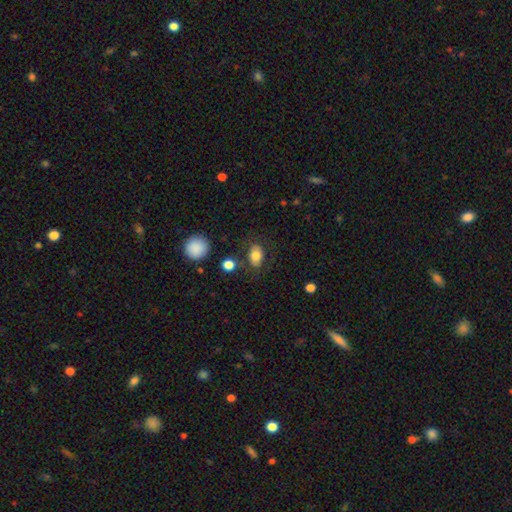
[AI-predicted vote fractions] Smooth or featured?
  - smooth: 80% *
  - featured or disk: 11%
  - star or artifact: 9%
How rounded?
  - in between: 78% *
  - round: 21%
  - cigar-shaped: 1%
Merging?
  - none: 73% *
  - minor disturbance: 15%
  - major disturbance: 7%
  - merger: 4%